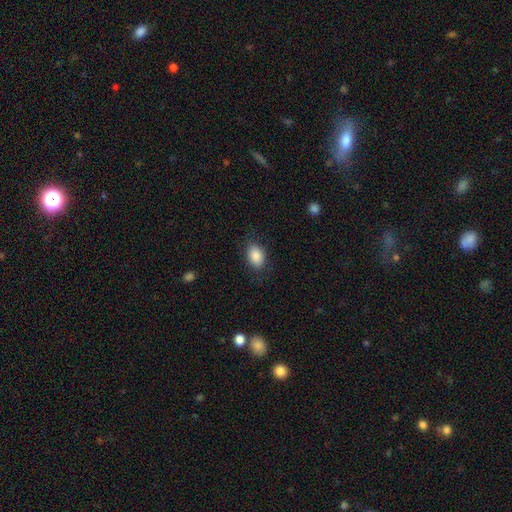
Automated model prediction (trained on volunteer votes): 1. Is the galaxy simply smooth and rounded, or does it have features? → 88% smooth, 7% star or artifact, 5% featured or disk.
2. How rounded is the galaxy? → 85% in between, 14% round, 1% cigar-shaped.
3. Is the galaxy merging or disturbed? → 83% none, 12% minor disturbance, 4% major disturbance, 1% merger.